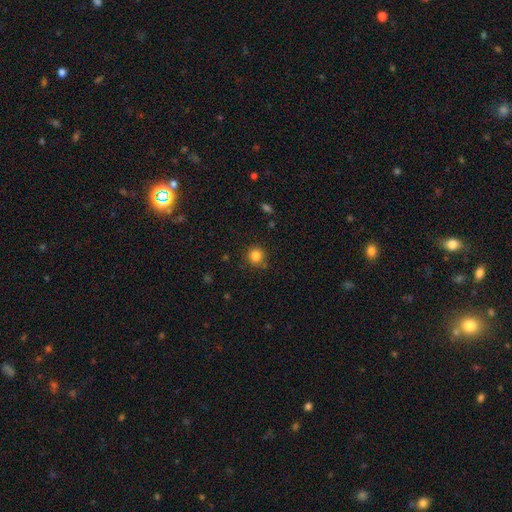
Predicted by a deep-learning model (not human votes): Smooth or featured: smooth — 83% (star or artifact — 12%)
How rounded: round — 93% (in between — 7%)
Merging: none — 85% (minor disturbance — 10%)